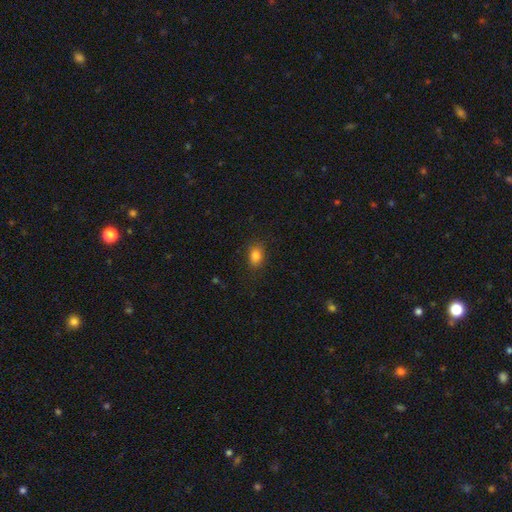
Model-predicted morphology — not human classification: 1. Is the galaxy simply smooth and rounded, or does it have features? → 83% smooth, 10% star or artifact, 6% featured or disk.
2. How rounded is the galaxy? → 74% in between, 24% round, 2% cigar-shaped.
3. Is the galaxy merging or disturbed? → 84% none, 12% minor disturbance, 3% major disturbance, 1% merger.